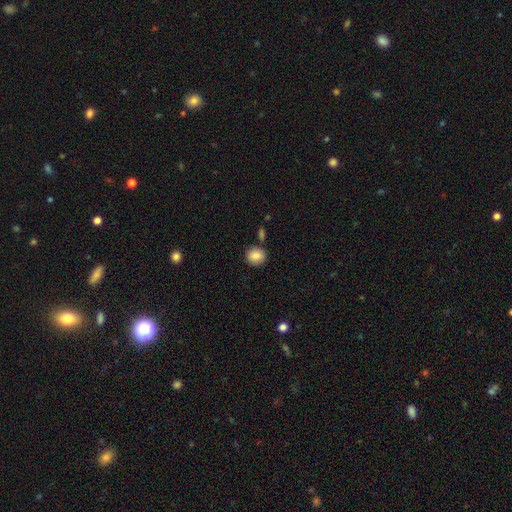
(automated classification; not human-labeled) smooth 87%, star or artifact 8%, featured or disk 5%. Down the decision tree: how rounded — round (83%); merging — none (82%).